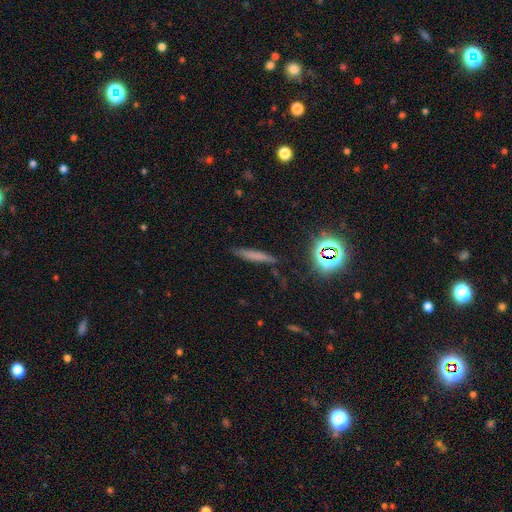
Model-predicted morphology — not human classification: The model was most divided on "smooth or featured": smooth: 61%, featured or disk: 20%, star or artifact: 19%. More confident: how rounded — cigar-shaped (88%); merging — none (77%).